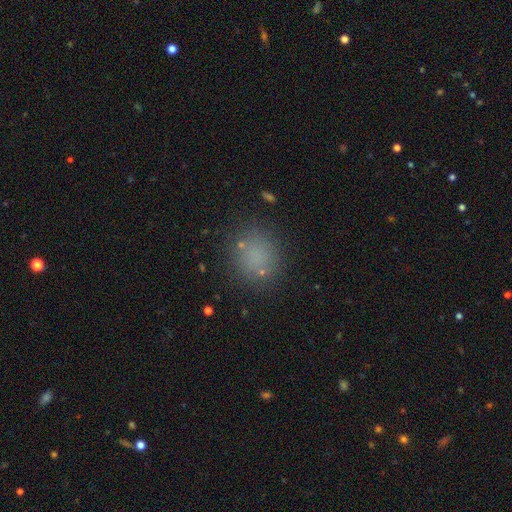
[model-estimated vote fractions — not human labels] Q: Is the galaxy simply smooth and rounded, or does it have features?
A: smooth — 75%.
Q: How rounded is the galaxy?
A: round — 83%.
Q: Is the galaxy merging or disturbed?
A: none — 82%.